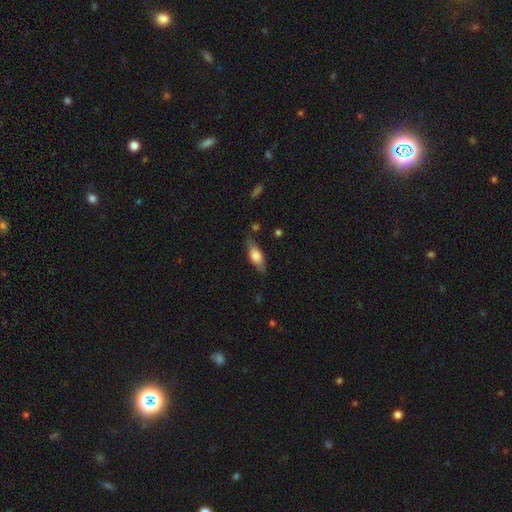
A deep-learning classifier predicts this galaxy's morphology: This appears to be a smooth galaxy with no disk features (62%) that is in between round and cigar-shaped (72%). Merging: none (72%).